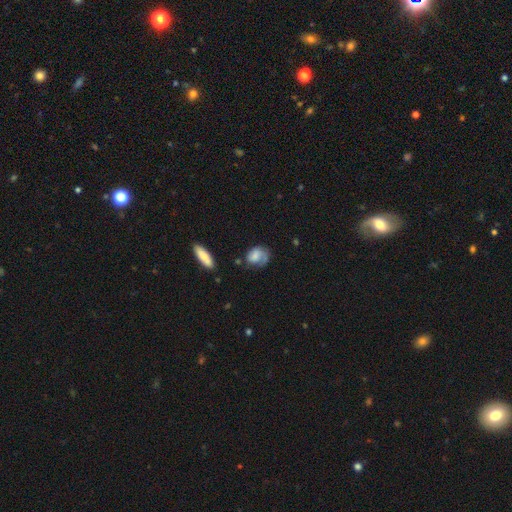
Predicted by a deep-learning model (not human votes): Morphology: type=smooth (54%); roundness=in between (61%); merging=none (48%).